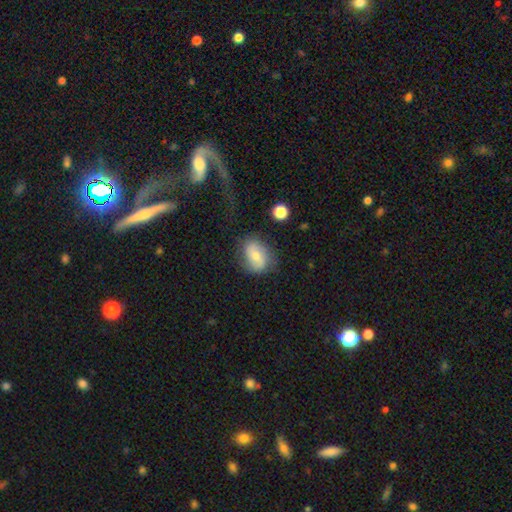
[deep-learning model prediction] Smooth or featured: smooth — 55% (featured or disk — 37%)
How rounded: in between — 69% (round — 29%)
Merging: none — 69% (minor disturbance — 20%)